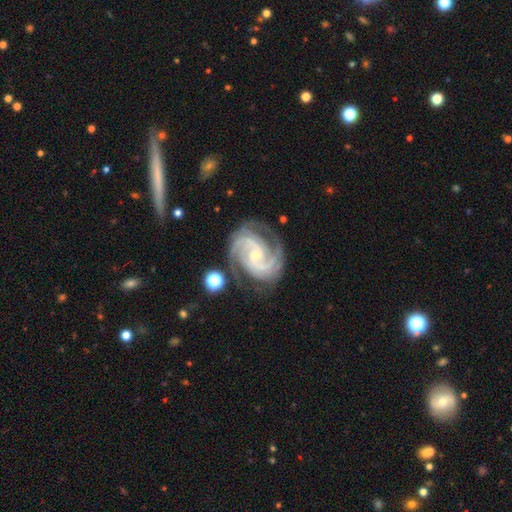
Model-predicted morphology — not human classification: This appears to be a featured or disk galaxy (93%) with no bar (49%), 2 (41%) tight (57%) spiral arms (99%) and a small central bulge (73%). Merging: none (74%).